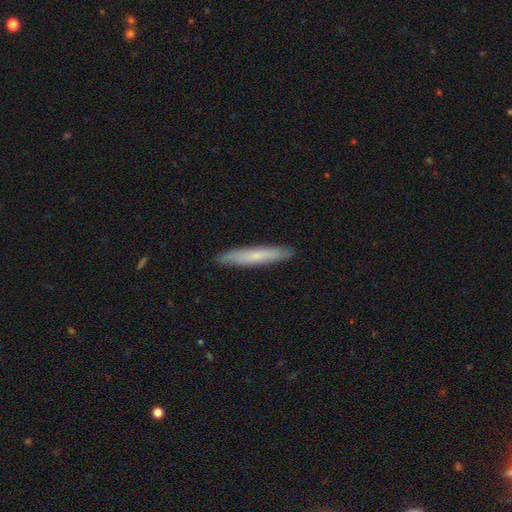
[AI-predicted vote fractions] Smooth or featured? Predicted: smooth (p=0.65). How rounded? Predicted: cigar-shaped (p=0.94). Merging? Predicted: none (p=0.91).